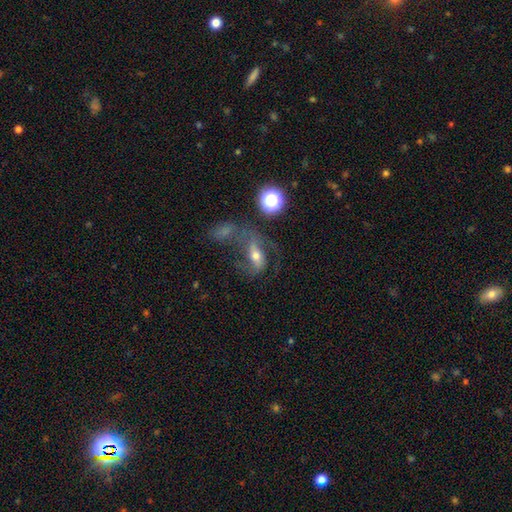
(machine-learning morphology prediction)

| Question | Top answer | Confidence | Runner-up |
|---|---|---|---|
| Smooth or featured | featured or disk | 57% | smooth (29%) |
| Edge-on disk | no | 91% | yes (9%) |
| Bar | no | 35% | strong (33%) |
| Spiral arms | yes | 77% | no (23%) |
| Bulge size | moderate | 62% | small (23%) |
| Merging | none | 33% | major disturbance (29%) |